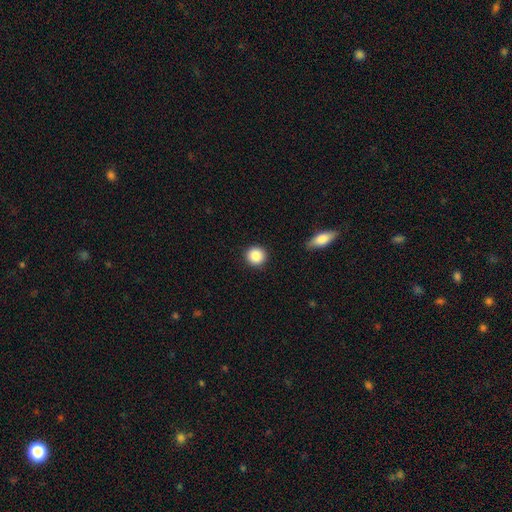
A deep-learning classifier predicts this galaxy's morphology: Q: Smooth or featured?
A: smooth (88%); runner-up: star or artifact (8%)
Q: How rounded?
A: round (93%); runner-up: in between (6%)
Q: Merging?
A: none (91%); runner-up: minor disturbance (6%)